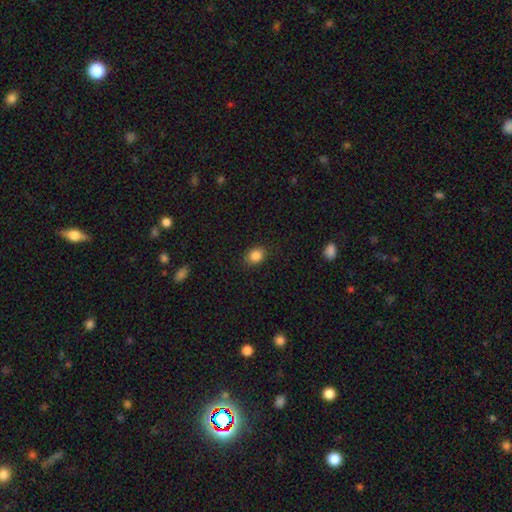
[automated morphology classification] A smooth galaxy with no disk features (86%) that is round (50%). Merging: none (86%).